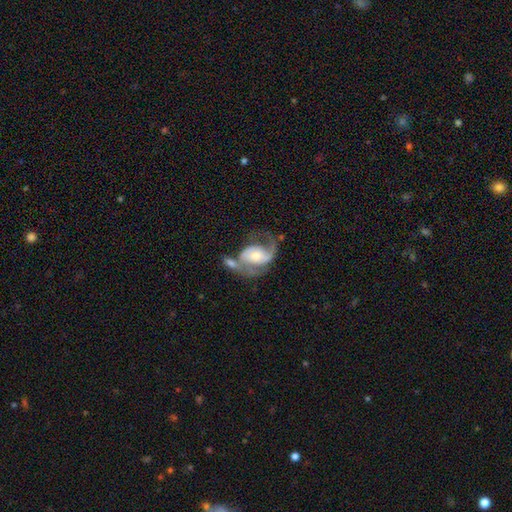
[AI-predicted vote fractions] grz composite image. It shows a featured or disk galaxy (82%) with no bar (52%), 2 (74%) medium (47%) spiral arms (92%) and a moderate central bulge (52%). Merging: none (32%).